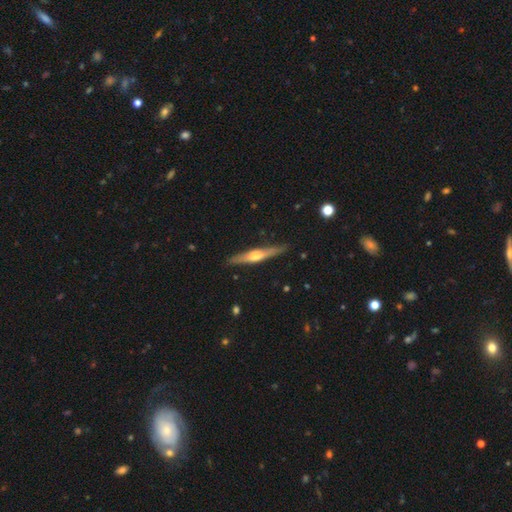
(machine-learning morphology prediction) smooth-or-featured: featured or disk: 64% | smooth: 30% | star or artifact: 6%
  disk-edge-on: yes: 97% | no: 3%
    edge-on-bulge: rounded: 86% | boxy: 7% | none: 6%
  merging: none: 88% | minor disturbance: 9% | major disturbance: 2% | merger: 1%